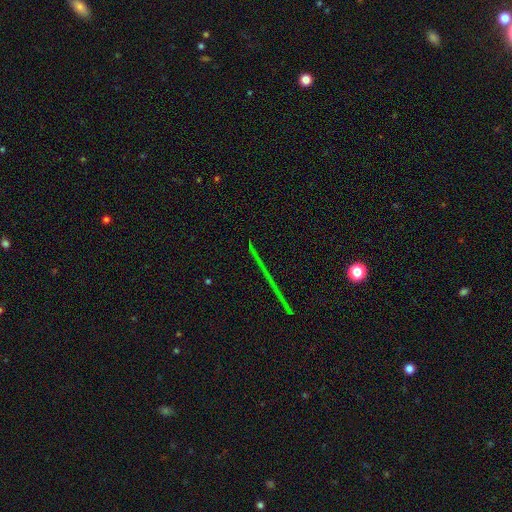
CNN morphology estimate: Smooth or featured: star or artifact — 57% (featured or disk — 28%)